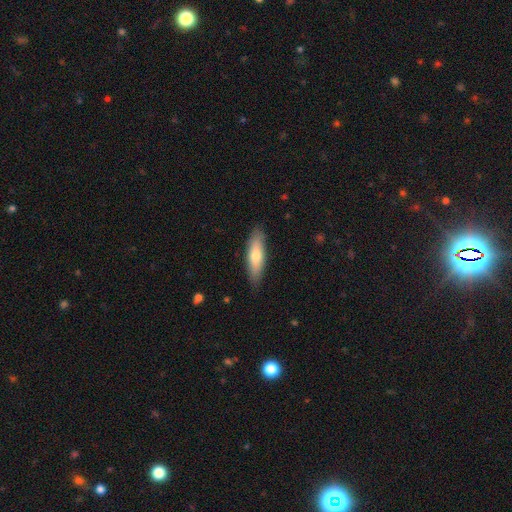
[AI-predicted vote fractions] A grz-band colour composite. It shows a smooth galaxy with no disk features (67%) that is cigar-shaped (60%). Merging: none (87%).